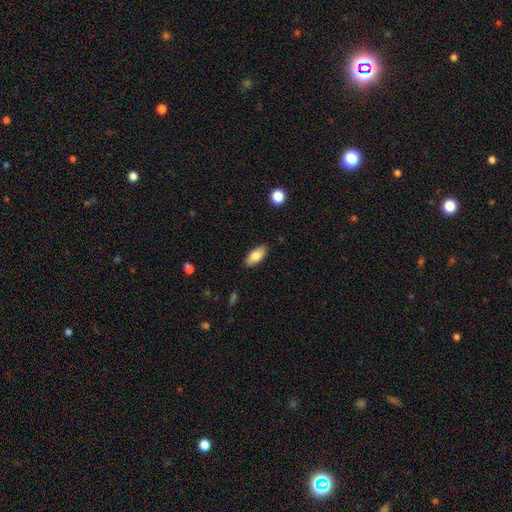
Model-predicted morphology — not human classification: Smooth or featured?
  - smooth: 83% *
  - featured or disk: 11%
  - star or artifact: 7%
How rounded?
  - in between: 89% *
  - cigar-shaped: 9%
  - round: 2%
Merging?
  - none: 87% *
  - minor disturbance: 9%
  - major disturbance: 2%
  - merger: 1%